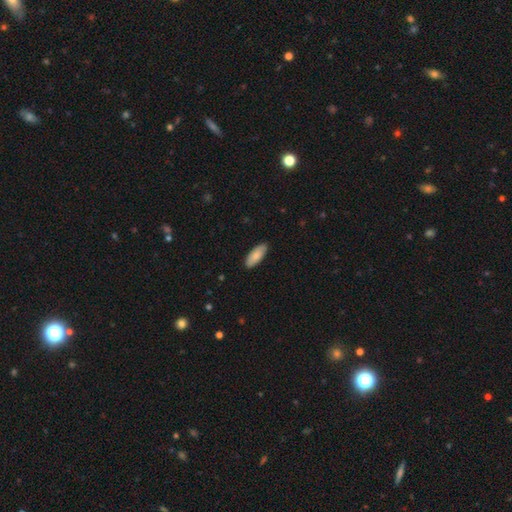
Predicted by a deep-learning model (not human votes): Smooth or featured: smooth — 84% (featured or disk — 10%)
How rounded: in between — 78% (cigar-shaped — 21%)
Merging: none — 88% (minor disturbance — 9%)